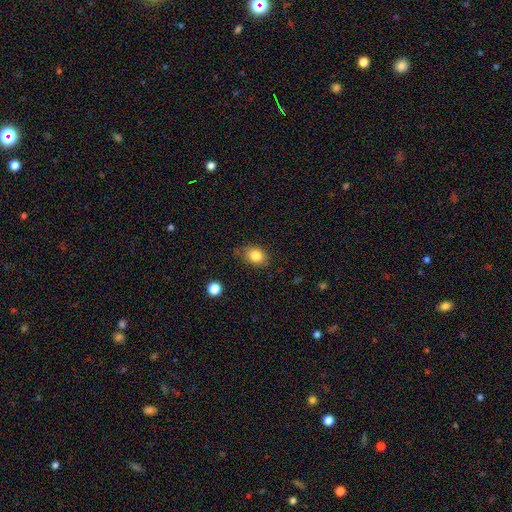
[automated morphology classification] smooth 83%, star or artifact 10%, featured or disk 7%. Down the decision tree: how rounded — in between (60%); merging — none (75%).